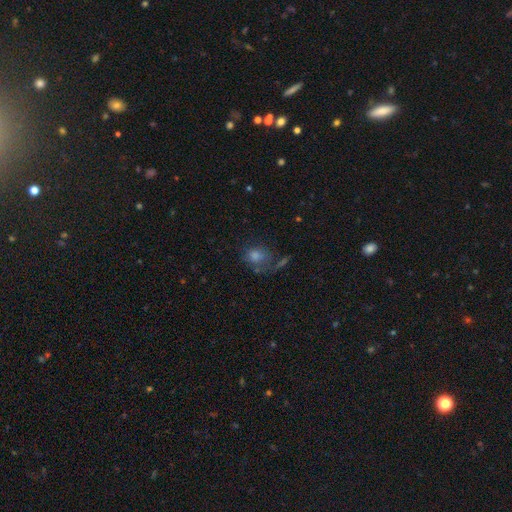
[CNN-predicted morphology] Smooth or featured? smooth (56%)
How rounded? round (52%)
Merging? none (46%)